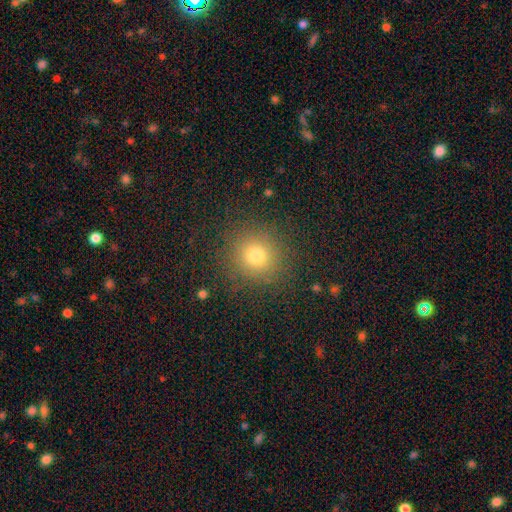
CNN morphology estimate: This is likely a smooth galaxy (76%). How rounded: clearly round (91%). Merging: clearly none (87%).